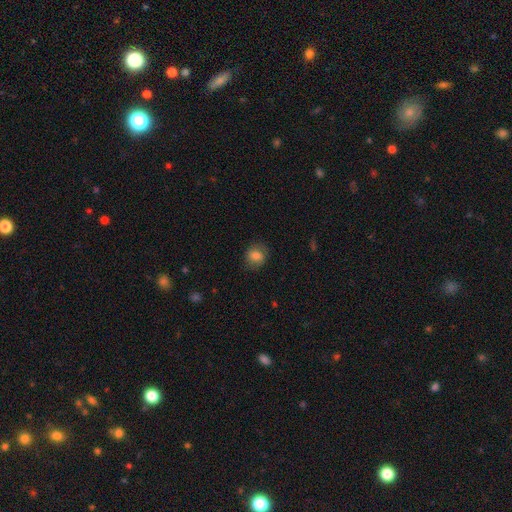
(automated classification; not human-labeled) smooth_or_featured: smooth (p=0.77) [alt: featured or disk p=0.14]
how_rounded: round (p=0.66) [alt: in between p=0.33]
merging: none (p=0.79) [alt: minor disturbance p=0.15]